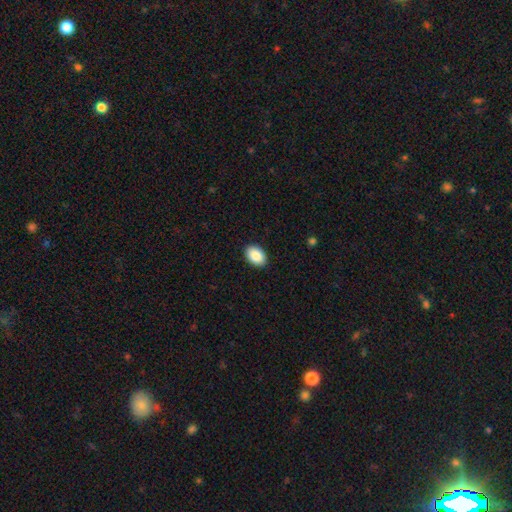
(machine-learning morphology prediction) A smooth galaxy with no disk features (89%) that is in between round and cigar-shaped (84%). Merging: none (91%).